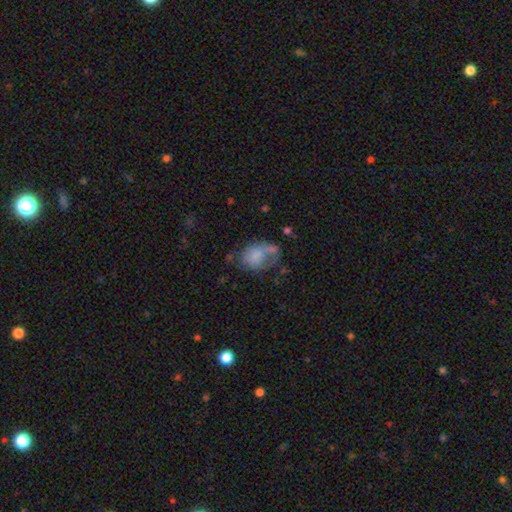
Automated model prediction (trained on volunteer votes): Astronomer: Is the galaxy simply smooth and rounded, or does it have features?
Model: smooth — 64%.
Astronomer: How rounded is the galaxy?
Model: in between — 72%.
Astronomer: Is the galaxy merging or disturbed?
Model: major disturbance — 36% (runner-up: none, 29%).